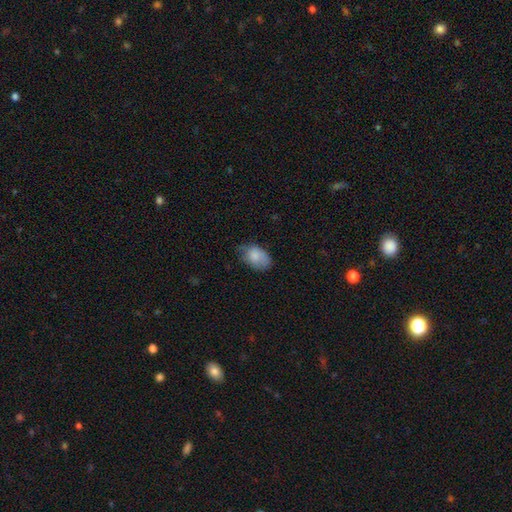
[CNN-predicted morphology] Q: Smooth or featured?
A: smooth (81%); runner-up: featured or disk (12%)
Q: How rounded?
A: in between (87%); runner-up: round (12%)
Q: Merging?
A: none (55%); runner-up: minor disturbance (34%)